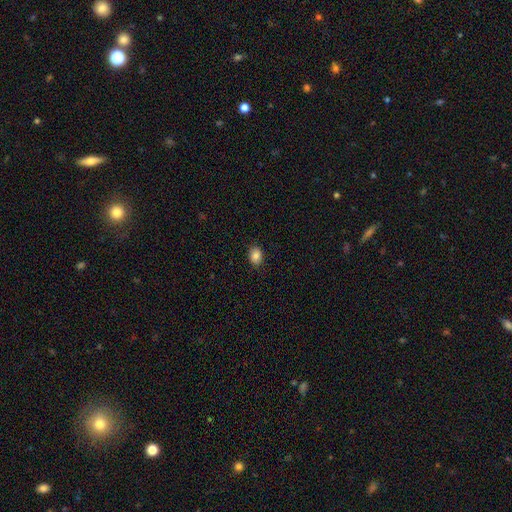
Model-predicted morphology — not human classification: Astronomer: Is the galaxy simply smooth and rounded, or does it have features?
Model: smooth — 85%.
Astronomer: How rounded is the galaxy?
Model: in between — 64%.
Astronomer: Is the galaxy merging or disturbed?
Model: none — 88%.